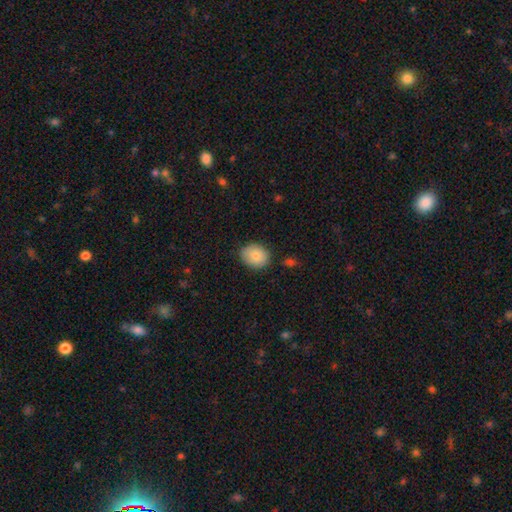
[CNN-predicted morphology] type=smooth (84%); roundness=in between (53%); merging=none (82%).